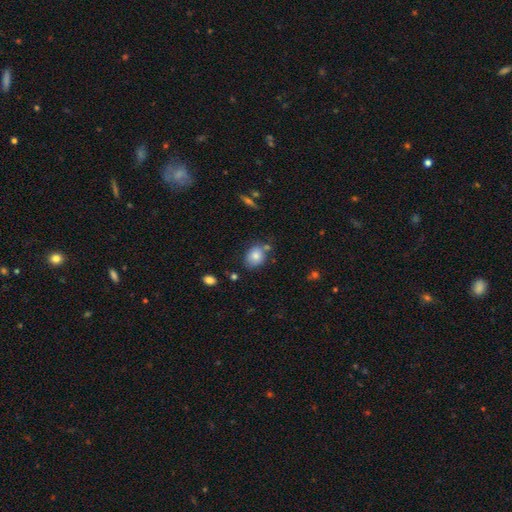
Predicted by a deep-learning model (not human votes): Smooth or featured?
  - smooth: 80% *
  - featured or disk: 11%
  - star or artifact: 9%
How rounded?
  - in between: 60% *
  - round: 38%
  - cigar-shaped: 1%
Merging?
  - none: 68% *
  - minor disturbance: 18%
  - merger: 10%
  - major disturbance: 4%